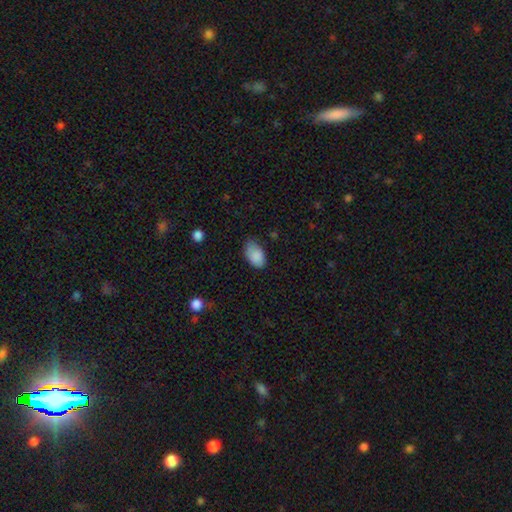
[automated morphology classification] Smooth or featured? Predicted: smooth (p=0.87). How rounded? Predicted: in between (p=0.92). Merging? Predicted: none (p=0.62).